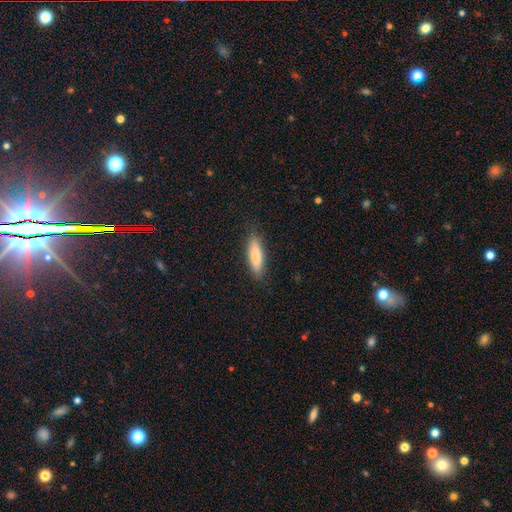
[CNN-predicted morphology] A smooth galaxy with no disk features (84%) that is cigar-shaped (56%). Merging: none (85%).